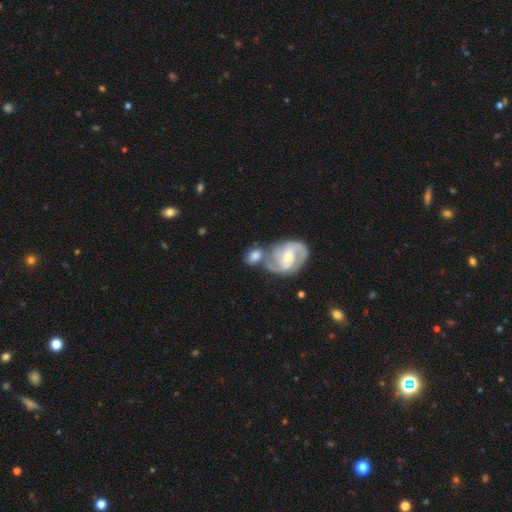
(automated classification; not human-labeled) Smooth or featured?
  - featured or disk: 63% *
  - smooth: 30%
  - star or artifact: 7%
Edge-on disk?
  - no: 95% *
  - yes: 5%
Bar?
  - weak: 46% *
  - no: 31%
  - strong: 23%
Spiral arms?
  - yes: 89% *
  - no: 11%
Spiral winding?
  - medium: 50% *
  - tight: 33%
  - loose: 18%
Spiral arm count?
  - 2: 78% *
  - can't tell: 10%
  - 3: 6%
  - 1: 3%
  - 4: 2%
  - more than 4: 2%
Bulge size?
  - moderate: 46% *
  - small: 44%
  - large: 6%
  - none: 3%
  - dominant: 1%
Merging?
  - merger: 47% *
  - none: 35%
  - minor disturbance: 12%
  - major disturbance: 6%